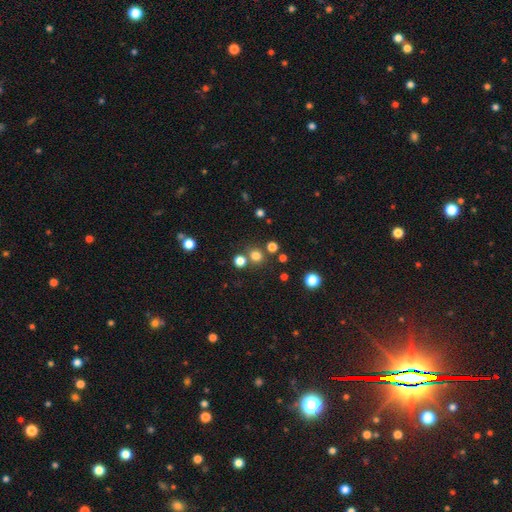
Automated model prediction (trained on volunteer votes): Morphology: type=smooth (74%); roundness=round (88%); merging=none (74%).